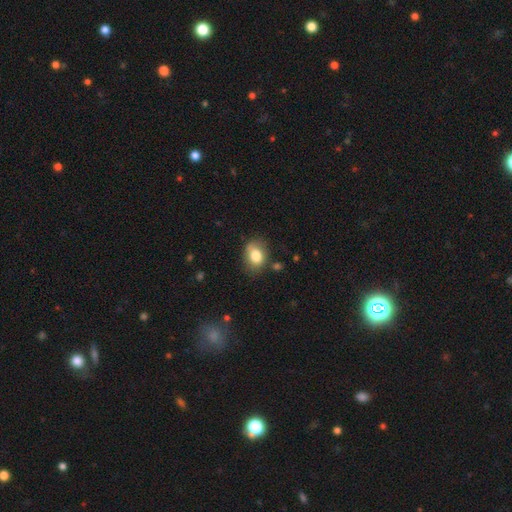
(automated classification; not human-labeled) Smooth or featured? smooth (78%)
How rounded? in between (68%)
Merging? none (66%)